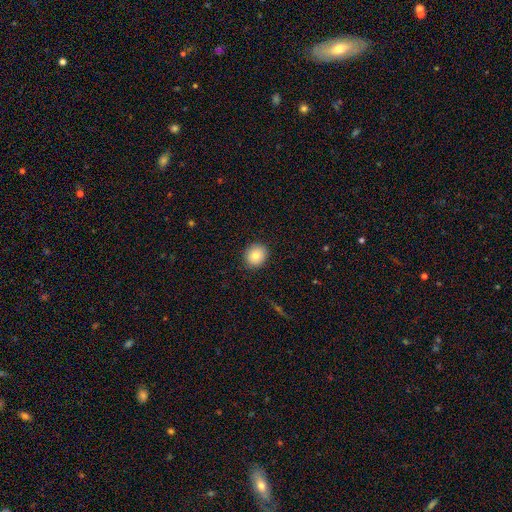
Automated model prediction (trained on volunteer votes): The model was most divided on "how rounded": round: 80%, in between: 19%, cigar-shaped: 1%. More confident: merging — none (90%); smooth or featured — smooth (81%).